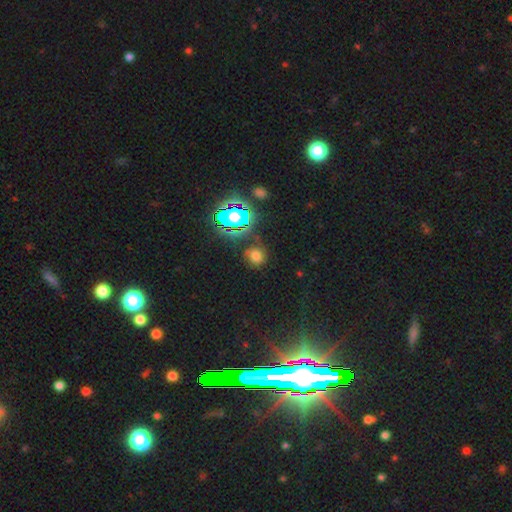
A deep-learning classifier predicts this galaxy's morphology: Q: Smooth or featured?
A: smooth (59%); runner-up: star or artifact (33%)
Q: How rounded?
A: round (83%); runner-up: in between (15%)
Q: Merging?
A: none (81%); runner-up: minor disturbance (12%)